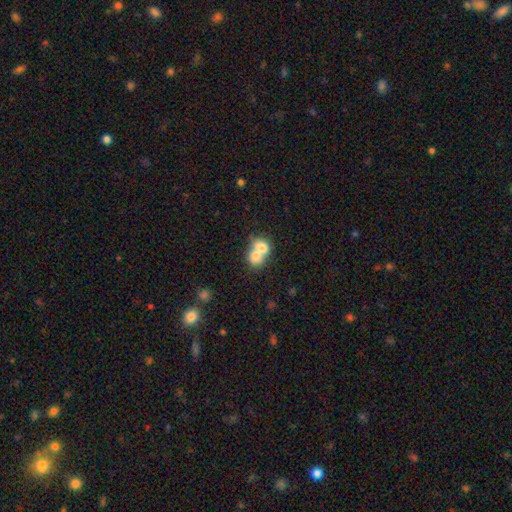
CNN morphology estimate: Smooth or featured? smooth (74%)
How rounded? round (49%, tied with in between)
Merging? merger (76%)